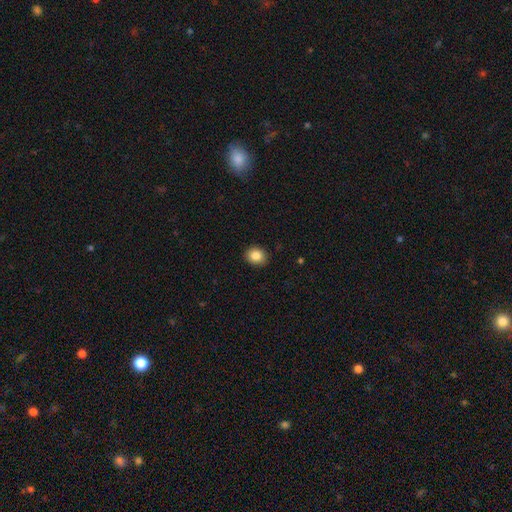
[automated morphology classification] smooth 85%, star or artifact 9%, featured or disk 6%. Down the decision tree: how rounded — round (66%); merging — none (90%).